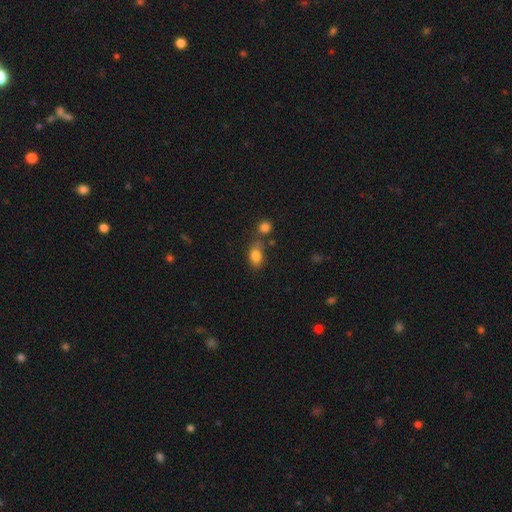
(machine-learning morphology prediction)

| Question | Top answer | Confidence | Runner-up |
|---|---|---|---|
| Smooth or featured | smooth | 82% | star or artifact (9%) |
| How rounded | in between | 83% | round (15%) |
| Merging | none | 59% | merger (19%) |